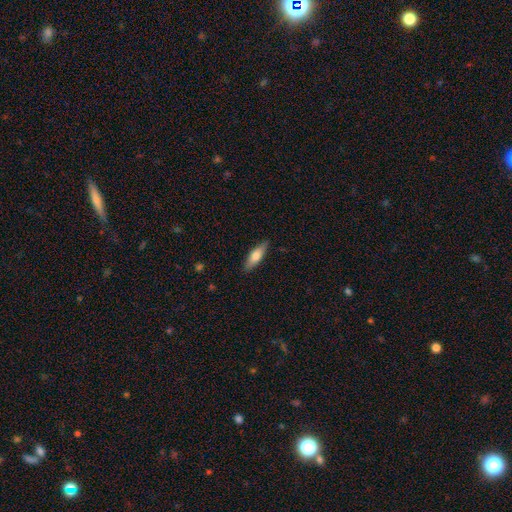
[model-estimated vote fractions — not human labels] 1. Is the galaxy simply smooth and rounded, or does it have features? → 69% smooth, 25% featured or disk, 6% star or artifact.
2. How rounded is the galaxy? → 55% in between, 43% cigar-shaped, 2% round.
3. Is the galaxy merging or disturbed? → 85% none, 12% minor disturbance, 2% major disturbance, 1% merger.